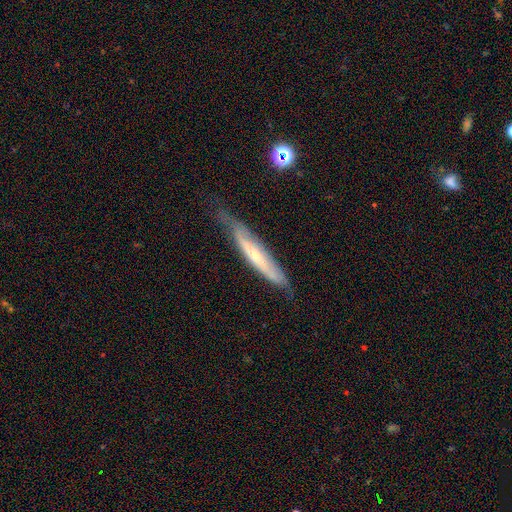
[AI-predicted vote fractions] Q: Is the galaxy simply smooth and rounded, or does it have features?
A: featured or disk — 59%.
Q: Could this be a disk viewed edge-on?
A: yes — 70%.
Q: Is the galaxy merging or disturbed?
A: none — 62%.